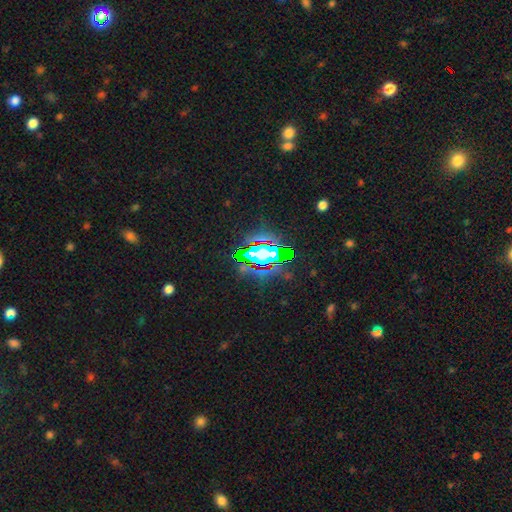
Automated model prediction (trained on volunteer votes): Overall: star or artifact (76%).